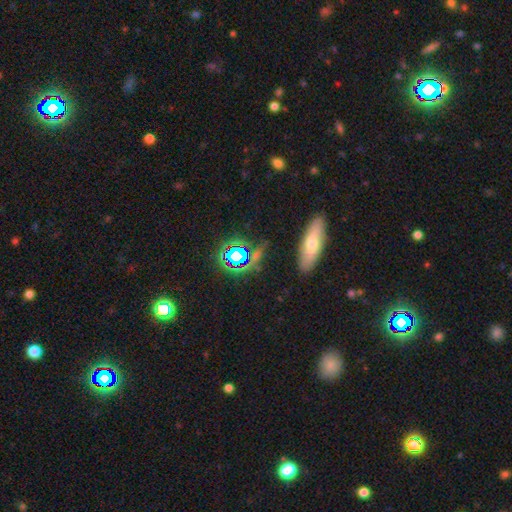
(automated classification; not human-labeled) Smooth or featured: star or artifact — 57% (smooth — 31%)